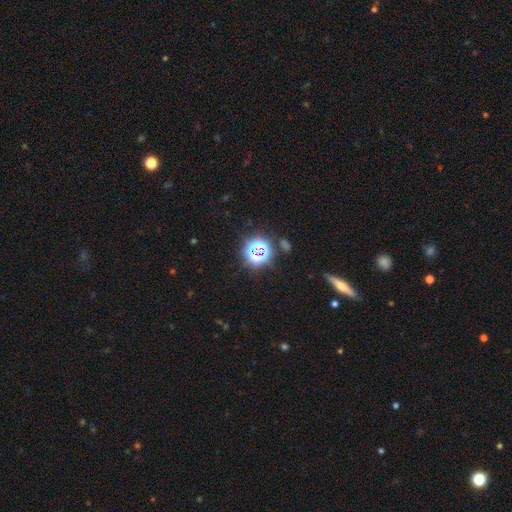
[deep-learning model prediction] A star or artifact, not a galaxy (60%).